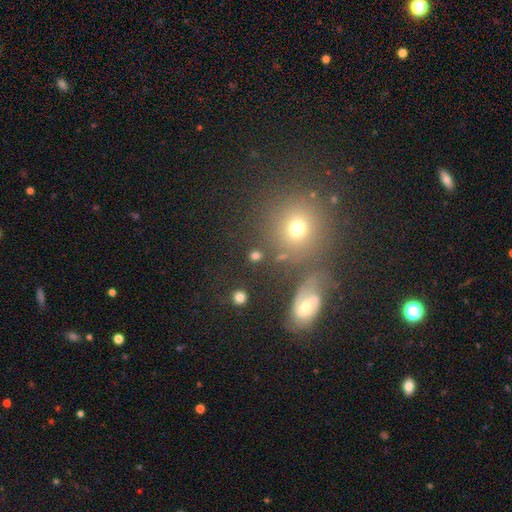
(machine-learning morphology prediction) Smooth or featured: smooth — 64% (star or artifact — 19%)
How rounded: round — 79% (in between — 19%)
Merging: none — 75% (minor disturbance — 10%)